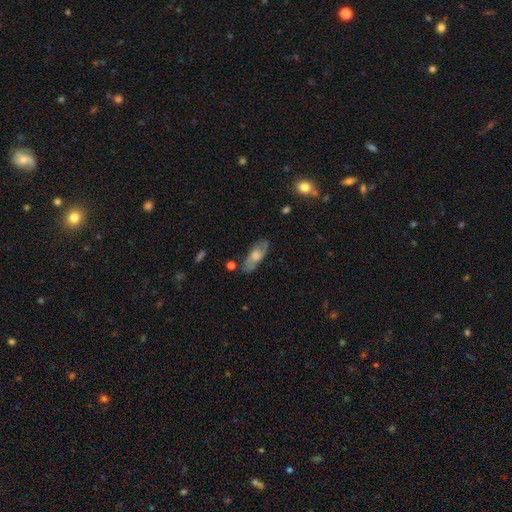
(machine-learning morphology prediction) Smooth or featured? smooth (51%)
How rounded? in between (74%)
Merging? none (70%)